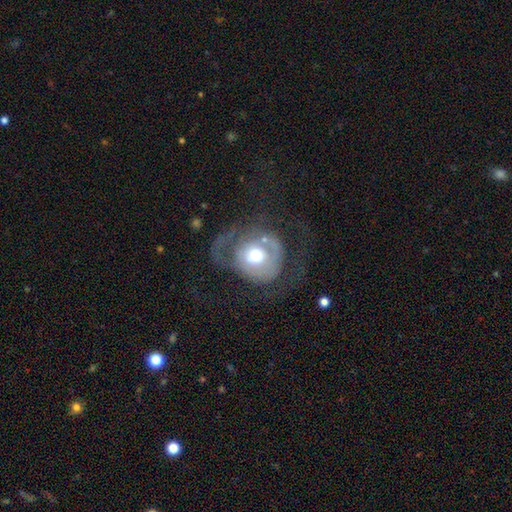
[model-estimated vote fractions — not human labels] Smooth or featured: featured or disk — 59% (smooth — 33%)
Edge-on disk: no — 96% (yes — 4%)
Bar: no — 80% (weak — 15%)
Spiral arms: no — 50% (tied with yes — 50%)
Bulge size: moderate — 71% (large — 16%)
Merging: major disturbance — 40% (none — 39%)